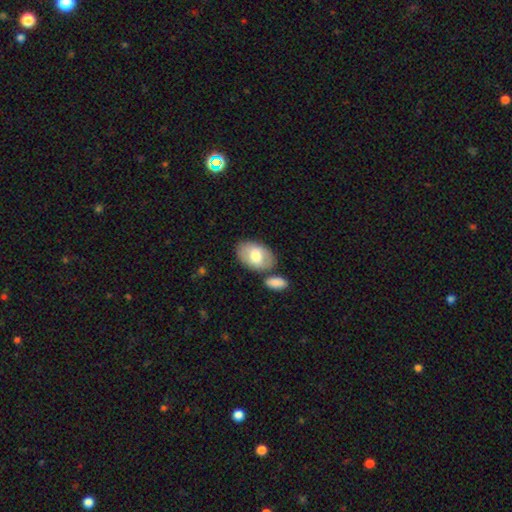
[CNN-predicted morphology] smooth 69%, featured or disk 25%, star or artifact 6%. Down the decision tree: how rounded — in between (89%); merging — none (67%).